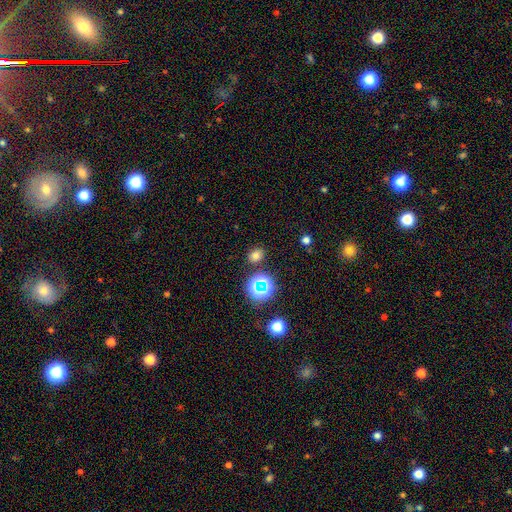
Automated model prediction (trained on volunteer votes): Smooth or featured? Predicted: smooth (p=0.70). How rounded? Predicted: in between (p=0.50). Merging? Predicted: none (p=0.84).